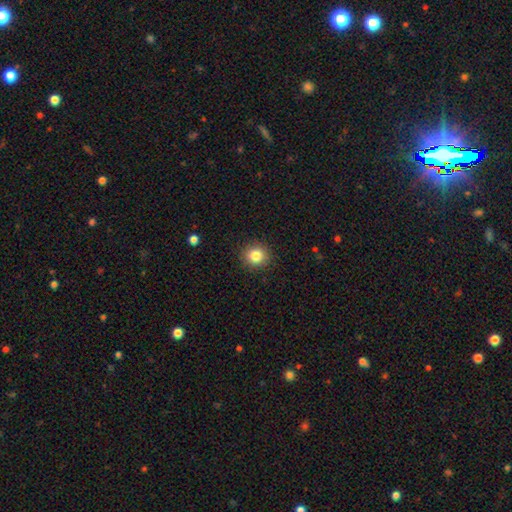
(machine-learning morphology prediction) smooth 84%, star or artifact 10%, featured or disk 6%. Down the decision tree: how rounded — round (91%); merging — none (91%).